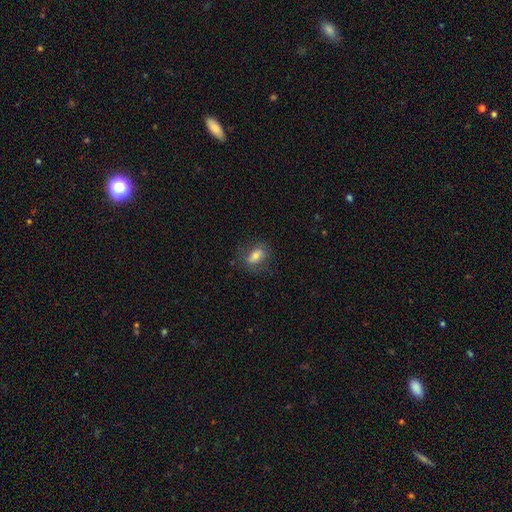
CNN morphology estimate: This appears to be a smooth galaxy with no disk features (67%) that is in between round and cigar-shaped (76%). Merging: none (74%).